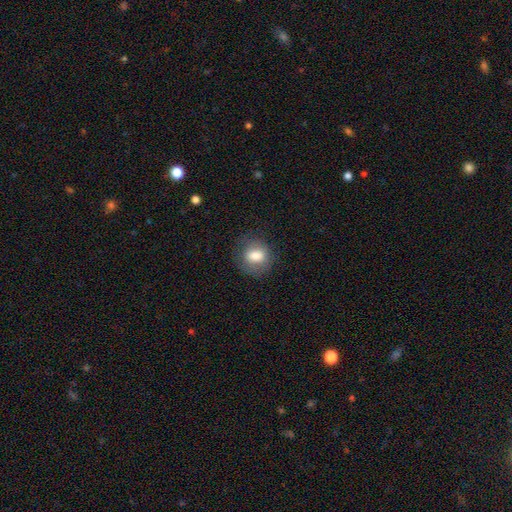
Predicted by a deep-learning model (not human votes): Smooth or featured?
  - smooth: 75% *
  - featured or disk: 16%
  - star or artifact: 9%
How rounded?
  - round: 65% *
  - in between: 34%
  - cigar-shaped: 1%
Merging?
  - none: 78% *
  - minor disturbance: 15%
  - major disturbance: 6%
  - merger: 1%